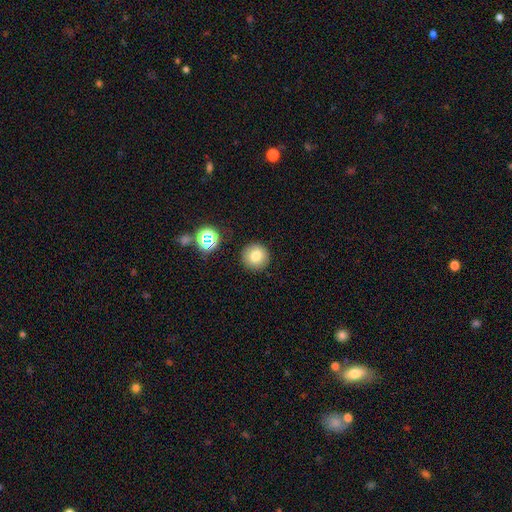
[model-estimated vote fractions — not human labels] A smooth galaxy with no disk features (78%) that is round (95%). Merging: none (89%).